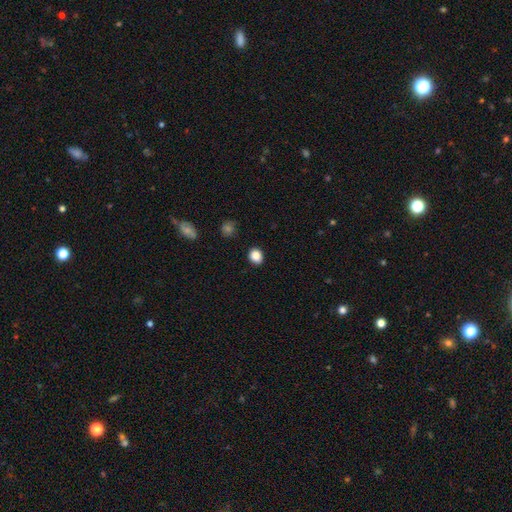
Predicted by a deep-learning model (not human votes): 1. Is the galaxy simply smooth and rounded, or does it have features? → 87% smooth, 10% star or artifact, 4% featured or disk.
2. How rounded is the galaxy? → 60% round, 39% in between, 1% cigar-shaped.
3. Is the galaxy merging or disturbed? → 90% none, 7% minor disturbance, 2% major disturbance, 1% merger.